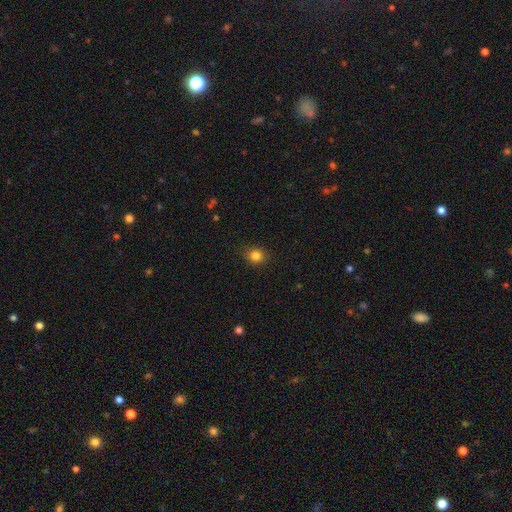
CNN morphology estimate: Smooth or featured? Predicted: smooth (p=0.83). How rounded? Predicted: round (p=0.73). Merging? Predicted: none (p=0.88).